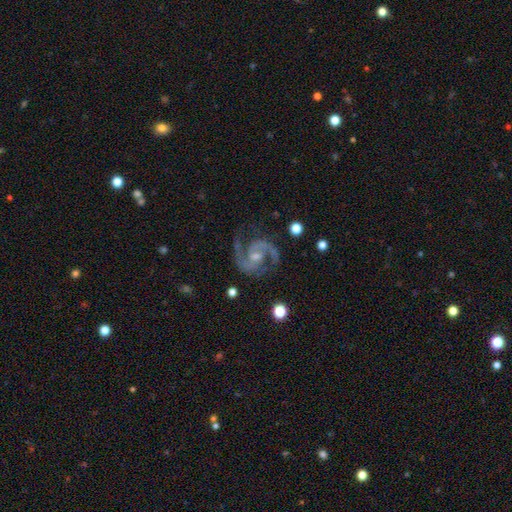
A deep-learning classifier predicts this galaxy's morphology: smooth-or-featured: featured or disk: 93% | star or artifact: 5% | smooth: 3%
  disk-edge-on: no: 98% | yes: 2%
    bar: weak: 44% | no: 43% | strong: 13%
    has-spiral-arms: yes: 98% | no: 2%
      spiral-winding: medium: 66% | tight: 21% | loose: 12%
      spiral-arm-count: 2: 93% | 3: 2% | can't tell: 2% | 1: 1% | 4: 1% | more than 4: 1%
    bulge-size: small: 53% | moderate: 39% | none: 5% | large: 2% | dominant: 1%
  merging: none: 78% | minor disturbance: 14% | major disturbance: 6% | merger: 2%